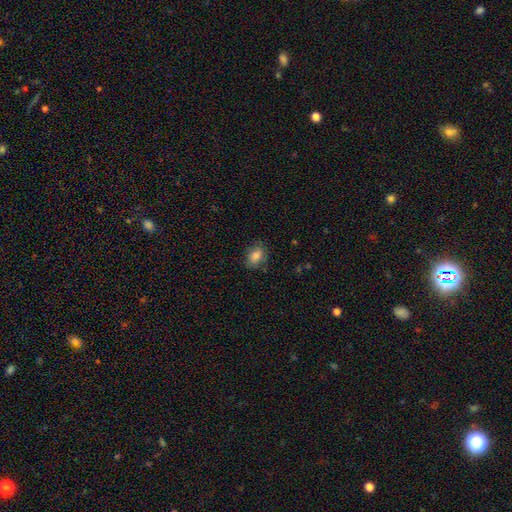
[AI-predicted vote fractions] smooth_or_featured: smooth (p=0.83) [alt: featured or disk p=0.09]
how_rounded: in between (p=0.77) [alt: round p=0.21]
merging: none (p=0.74) [alt: minor disturbance p=0.19]